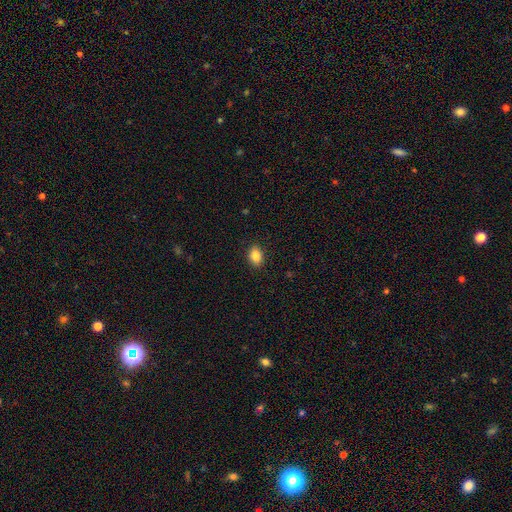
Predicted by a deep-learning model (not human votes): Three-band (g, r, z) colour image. It shows a smooth galaxy with no disk features (86%) that is in between round and cigar-shaped (74%). Merging: none (90%).